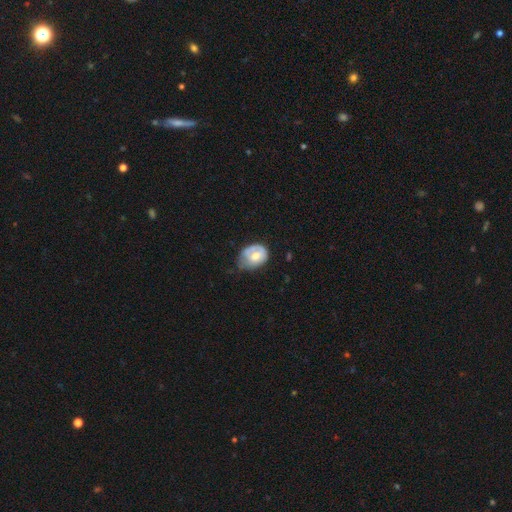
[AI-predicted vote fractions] smooth 53%, featured or disk 40%, star or artifact 7%. Down the decision tree: how rounded — in between (61%); merging — minor disturbance (42%).